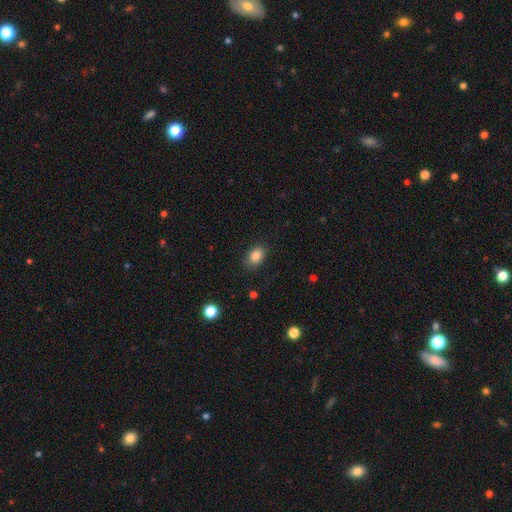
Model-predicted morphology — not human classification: smooth_or_featured: smooth (p=0.85) [alt: star or artifact p=0.09]
how_rounded: in between (p=0.74) [alt: round p=0.25]
merging: none (p=0.81) [alt: minor disturbance p=0.14]